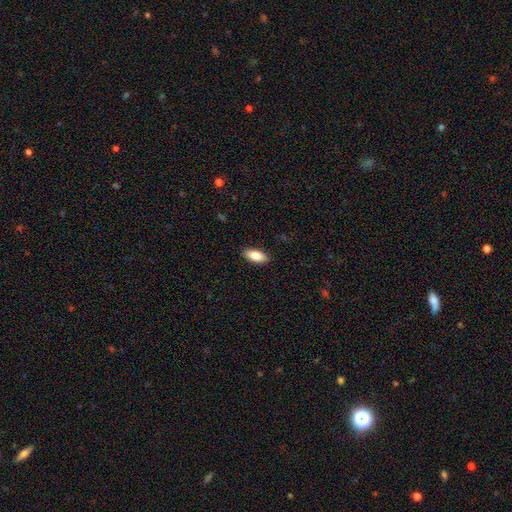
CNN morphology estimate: Overall: smooth (86%). How rounded: in between (89%). Merging: none (89%).